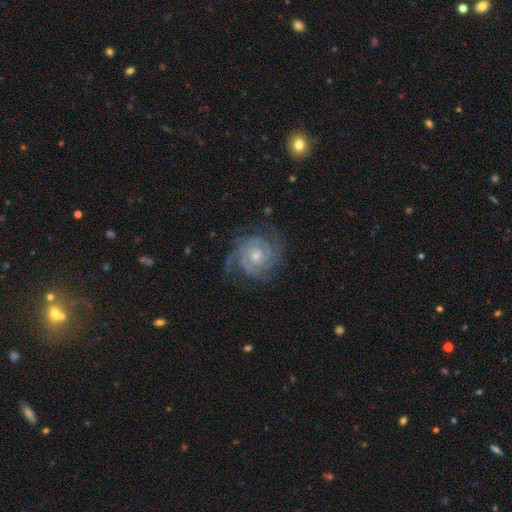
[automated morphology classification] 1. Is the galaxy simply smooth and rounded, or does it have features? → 89% featured or disk, 6% star or artifact, 5% smooth.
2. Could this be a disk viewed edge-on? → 98% no, 2% yes.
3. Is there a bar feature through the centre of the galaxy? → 67% no, 26% weak, 6% strong.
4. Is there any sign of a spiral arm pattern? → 98% yes, 2% no.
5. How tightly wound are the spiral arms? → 72% tight, 24% medium, 4% loose.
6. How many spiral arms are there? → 31% 3, 26% 2, 18% can't tell, 13% 4, 6% more than 4, 6% 1.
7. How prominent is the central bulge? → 50% moderate, 45% small, 2% large, 2% none, 1% dominant.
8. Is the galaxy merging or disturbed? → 75% none, 16% minor disturbance, 8% major disturbance, 1% merger.